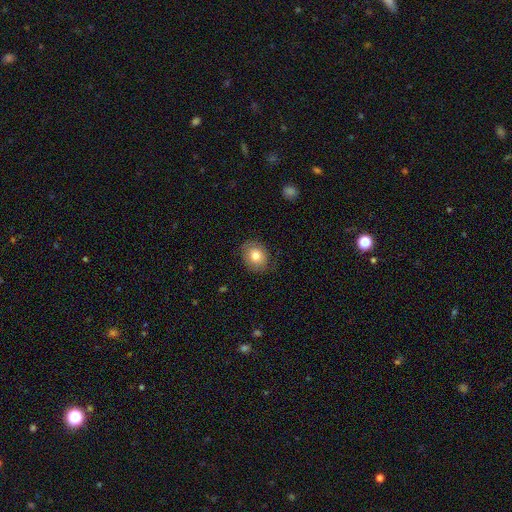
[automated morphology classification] smooth 76%, featured or disk 15%, star or artifact 9%. Down the decision tree: how rounded — round (58%); merging — none (82%).